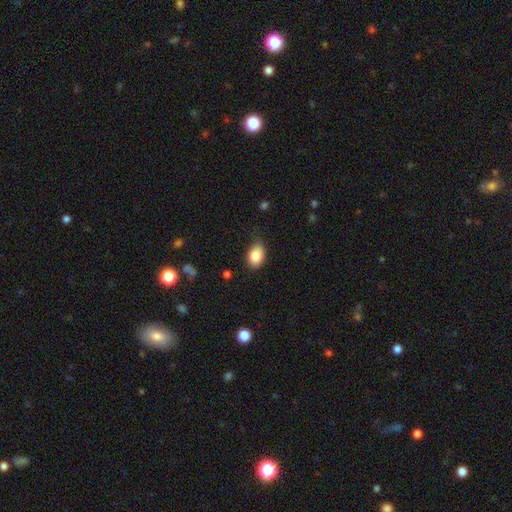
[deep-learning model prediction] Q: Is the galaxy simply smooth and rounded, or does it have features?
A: smooth — 83%.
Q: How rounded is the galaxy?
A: in between — 78%.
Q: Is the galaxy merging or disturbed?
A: none — 66%.